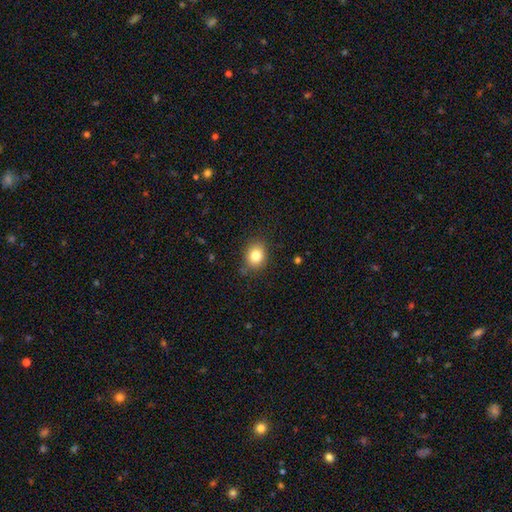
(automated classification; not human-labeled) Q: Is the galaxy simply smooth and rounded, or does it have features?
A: smooth — 82%.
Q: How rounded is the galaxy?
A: round — 64%.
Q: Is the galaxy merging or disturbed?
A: none — 83%.